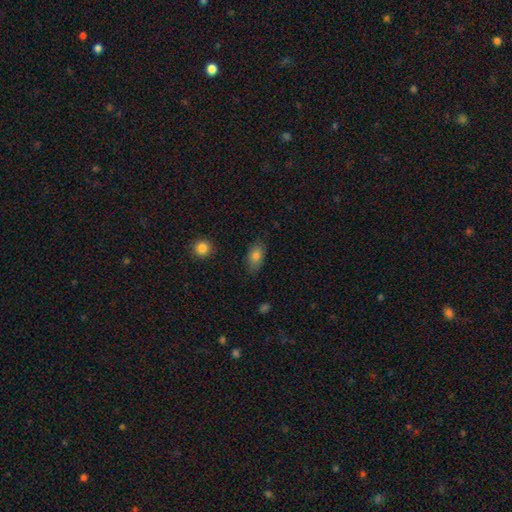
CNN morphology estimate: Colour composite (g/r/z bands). It shows a smooth galaxy with no disk features (81%) that is in between round and cigar-shaped (89%). Merging: none (80%).